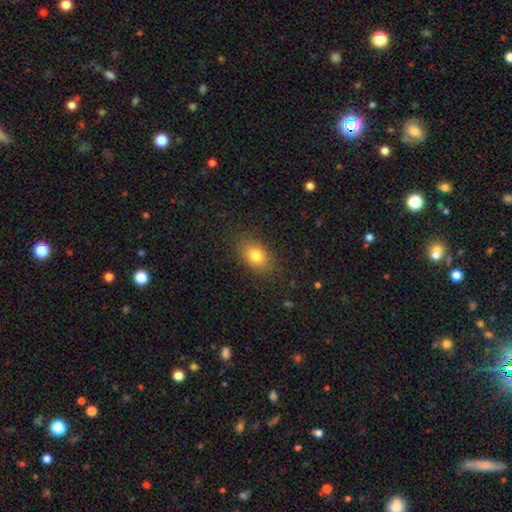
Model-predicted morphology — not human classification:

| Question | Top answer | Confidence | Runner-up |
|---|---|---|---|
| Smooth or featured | smooth | 81% | star or artifact (10%) |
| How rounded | in between | 77% | round (21%) |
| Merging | none | 84% | minor disturbance (11%) |